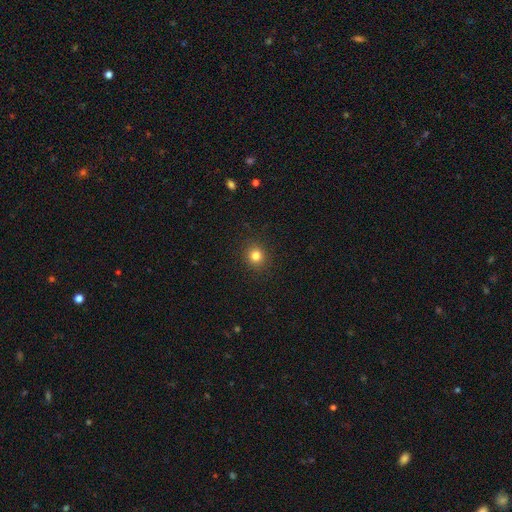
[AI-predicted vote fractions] smooth-or-featured: smooth: 81% | star or artifact: 13% | featured or disk: 6%
  how-rounded: round: 89% | in between: 10% | cigar-shaped: 1%
  merging: none: 91% | minor disturbance: 6% | major disturbance: 2% | merger: 1%